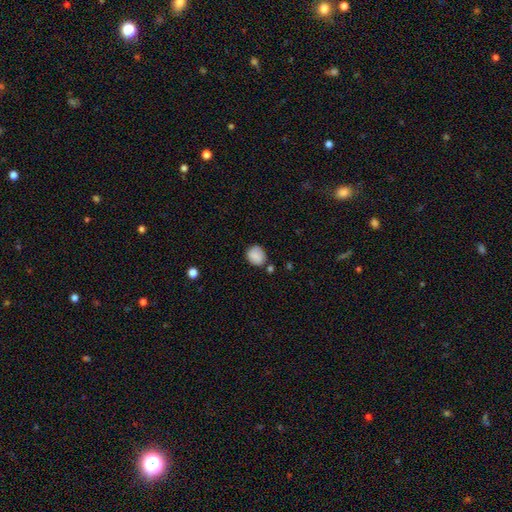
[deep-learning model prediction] This is clearly a smooth galaxy (87%). How rounded: likely round (72%). Merging: likely none (74%).